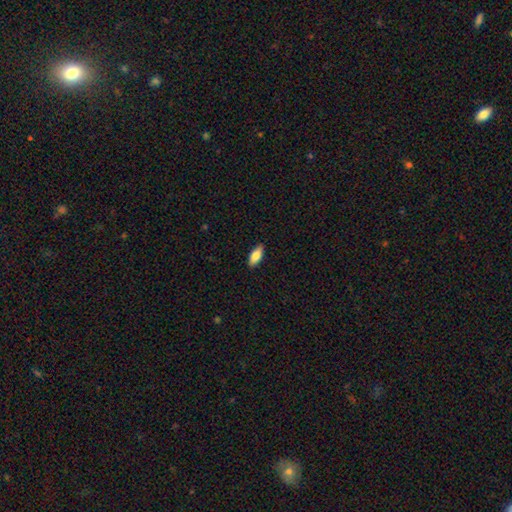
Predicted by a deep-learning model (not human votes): A smooth galaxy with no disk features (80%) that is in between round and cigar-shaped (82%). Merging: none (87%).